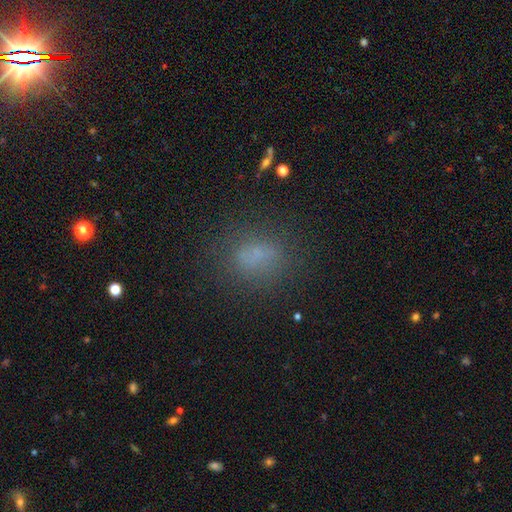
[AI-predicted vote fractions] Smooth or featured: smooth — 69% (star or artifact — 19%)
How rounded: in between — 57% (round — 40%)
Merging: none — 76% (minor disturbance — 14%)